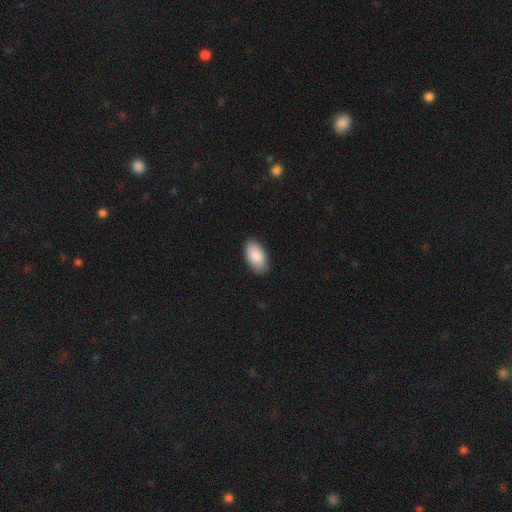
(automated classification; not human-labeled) Smooth or featured? Predicted: smooth (p=0.90). How rounded? Predicted: in between (p=0.96). Merging? Predicted: none (p=0.87).